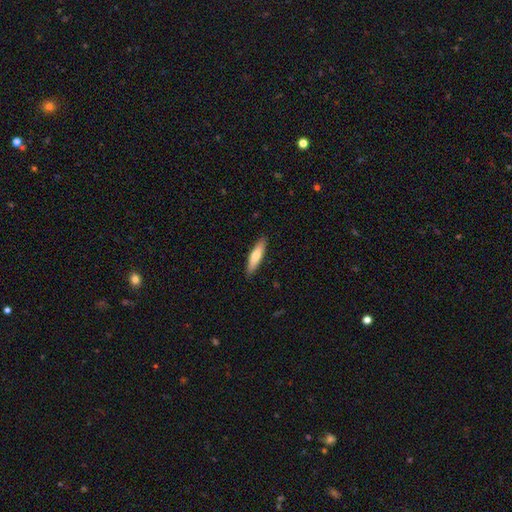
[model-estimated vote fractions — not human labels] smooth-or-featured: smooth: 70% | featured or disk: 24% | star or artifact: 5%
  how-rounded: cigar-shaped: 73% | in between: 25% | round: 1%
  merging: none: 89% | minor disturbance: 8% | major disturbance: 2% | merger: 1%